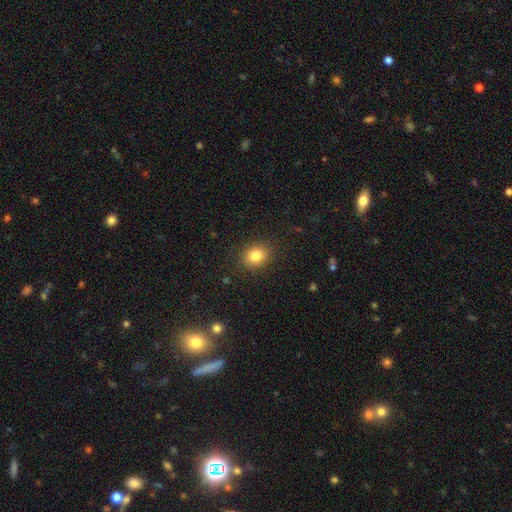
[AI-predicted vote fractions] Q: Smooth or featured?
A: smooth (82%); runner-up: star or artifact (11%)
Q: How rounded?
A: round (57%); runner-up: in between (42%)
Q: Merging?
A: none (88%); runner-up: minor disturbance (8%)